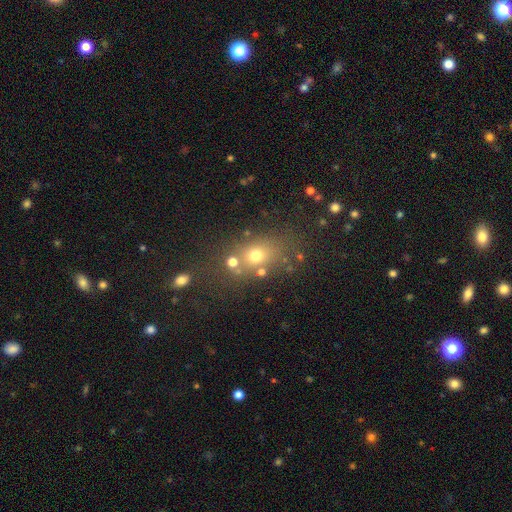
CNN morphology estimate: smooth-or-featured: smooth: 65% | star or artifact: 20% | featured or disk: 15%
  how-rounded: in between: 53% | round: 44% | cigar-shaped: 2%
  merging: none: 64% | merger: 15% | minor disturbance: 14% | major disturbance: 7%